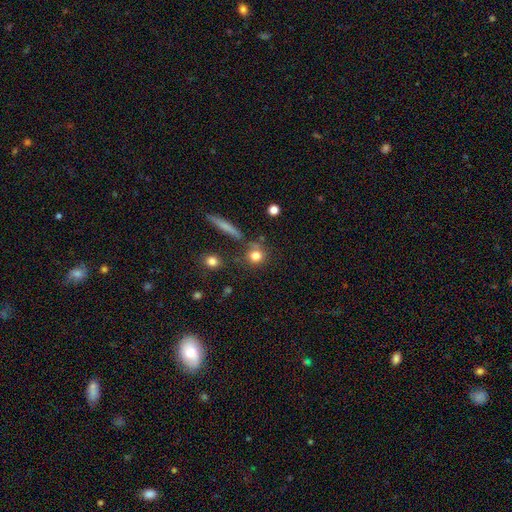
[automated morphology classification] smooth_or_featured: smooth (p=0.78) [alt: star or artifact p=0.11]
how_rounded: round (p=0.83) [alt: in between p=0.12]
merging: none (p=0.70) [alt: minor disturbance p=0.12]